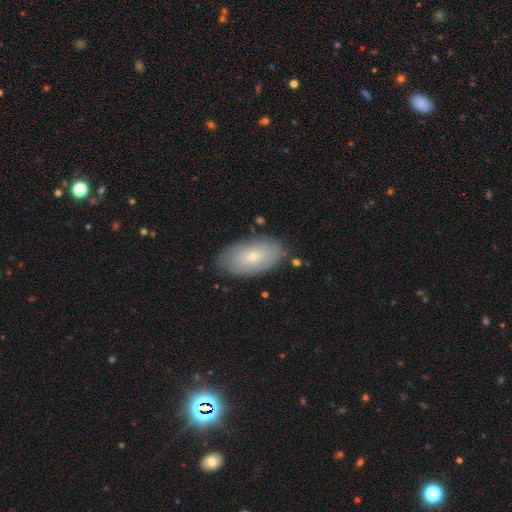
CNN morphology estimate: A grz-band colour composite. It shows a smooth galaxy with no disk features (57%) that is in between round and cigar-shaped (93%). Merging: none (84%).